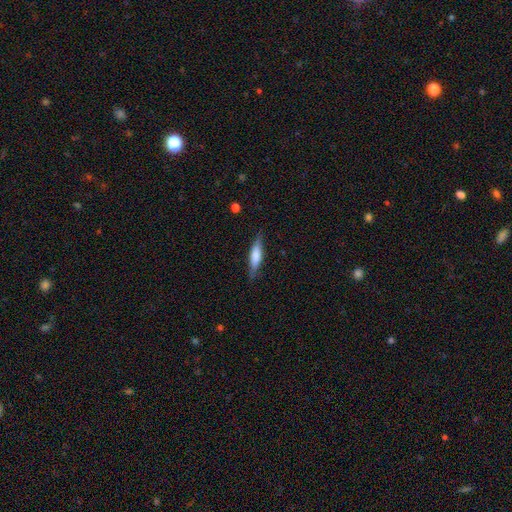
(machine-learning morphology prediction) smooth_or_featured: smooth (p=0.53) [alt: featured or disk p=0.41]
how_rounded: cigar-shaped (p=0.72) [alt: in between p=0.26]
merging: none (p=0.82) [alt: minor disturbance p=0.14]